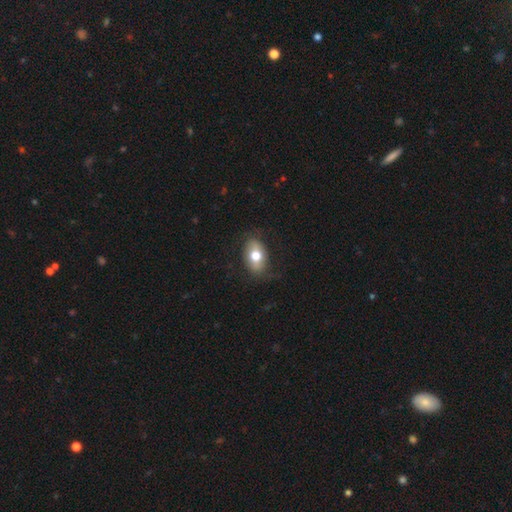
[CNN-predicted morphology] A smooth galaxy with no disk features (65%) that is in between round and cigar-shaped (85%).

Vote fractions:
- Smooth or featured? smooth: 65% / featured or disk: 28% / star or artifact: 7%
- How rounded? in between: 85% / round: 13% / cigar-shaped: 2%
- Merging? none: 77% / minor disturbance: 15% / major disturbance: 6% / merger: 1%